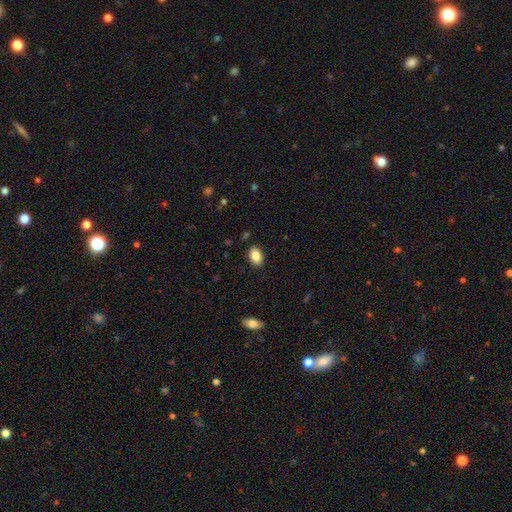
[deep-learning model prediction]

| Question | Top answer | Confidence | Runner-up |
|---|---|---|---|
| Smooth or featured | smooth | 85% | star or artifact (8%) |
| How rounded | in between | 85% | round (14%) |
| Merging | none | 88% | minor disturbance (9%) |